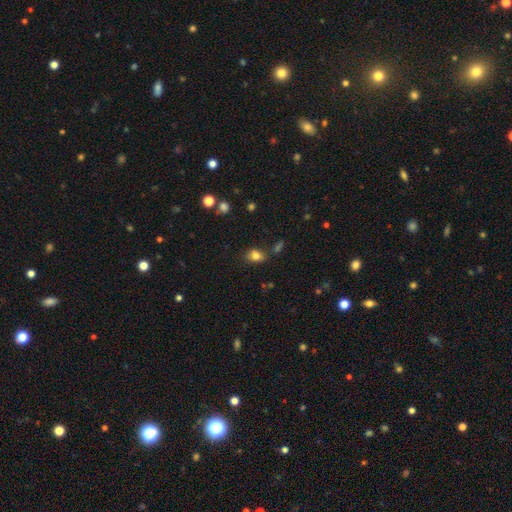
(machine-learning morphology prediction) Overall: smooth (80%). How rounded: in between (69%; round 30%). Merging: none (69%).